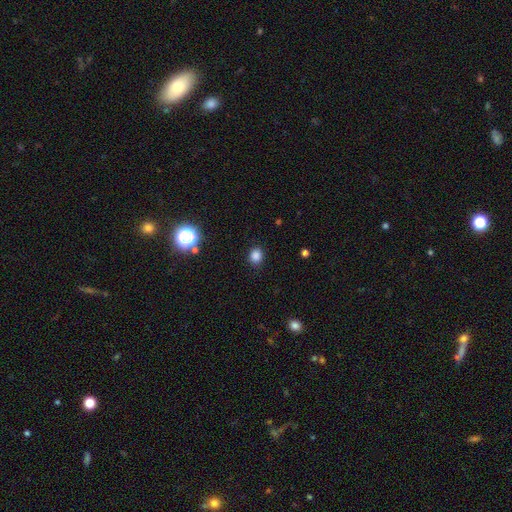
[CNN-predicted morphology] This appears to be a smooth galaxy with no disk features (83%) that is round (64%). Merging: none (88%).